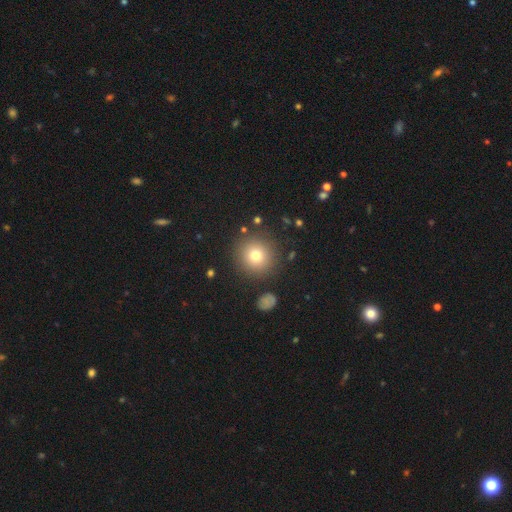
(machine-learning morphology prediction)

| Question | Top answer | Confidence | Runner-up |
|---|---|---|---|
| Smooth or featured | smooth | 75% | star or artifact (14%) |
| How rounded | round | 94% | in between (5%) |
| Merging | none | 88% | minor disturbance (7%) |